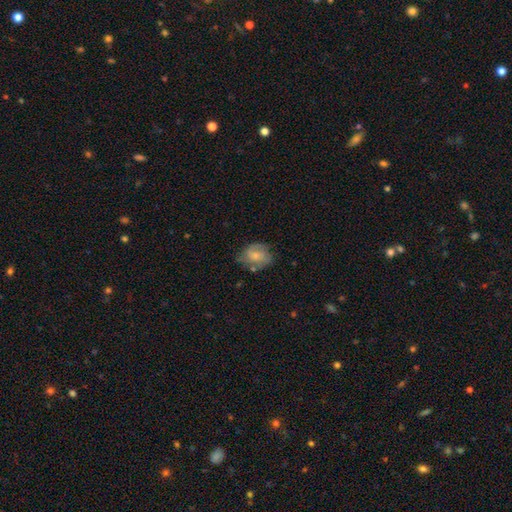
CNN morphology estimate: A smooth galaxy with no disk features (57%) that is in between round and cigar-shaped (52%).

Vote fractions:
- Smooth or featured? smooth: 57% / featured or disk: 36% / star or artifact: 7%
- How rounded? in between: 52% / round: 47% / cigar-shaped: 1%
- Merging? none: 57% / minor disturbance: 29% / major disturbance: 10% / merger: 4%